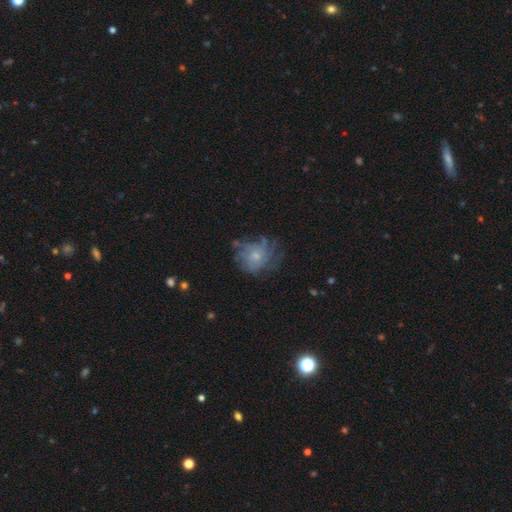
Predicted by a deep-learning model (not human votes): smooth-or-featured: featured or disk: 66% | smooth: 21% | star or artifact: 13%
  disk-edge-on: no: 97% | yes: 3%
    bar: no: 83% | weak: 15% | strong: 2%
    has-spiral-arms: yes: 82% | no: 18%
      spiral-winding: tight: 43% | medium: 34% | loose: 22%
      spiral-arm-count: can't tell: 40% | more than 4: 19% | 4: 17% | 3: 9% | 2: 7% | 1: 7%
    bulge-size: small: 63% | moderate: 28% | none: 5% | large: 2% | dominant: 1%
  merging: none: 59% | minor disturbance: 20% | major disturbance: 19% | merger: 2%